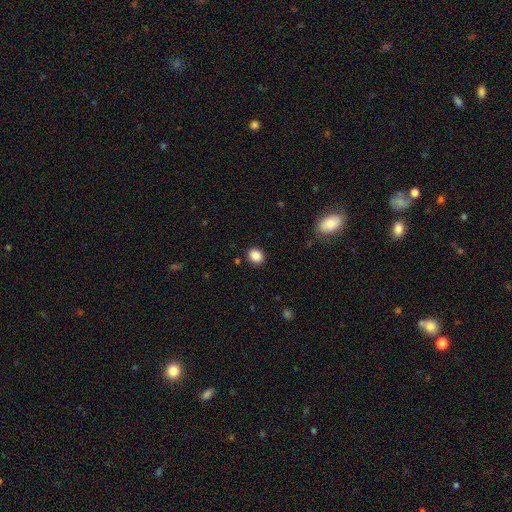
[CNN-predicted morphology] Smooth or featured?
  - smooth: 88% *
  - star or artifact: 9%
  - featured or disk: 3%
How rounded?
  - round: 67% *
  - in between: 32%
  - cigar-shaped: 1%
Merging?
  - none: 89% *
  - minor disturbance: 7%
  - major disturbance: 2%
  - merger: 1%